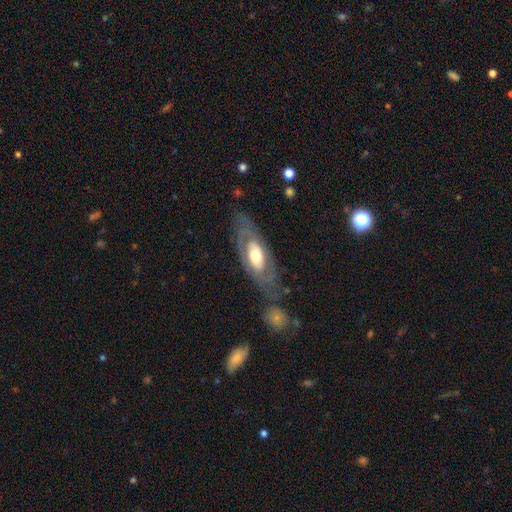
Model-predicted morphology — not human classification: Overall: featured or disk (65%; smooth 29%). Edge-on disk: no (85%). Bar: no (74%). Spiral arms: no (56%; yes 44%). Bulge size: moderate (58%; large 29%). Merging: none (69%).